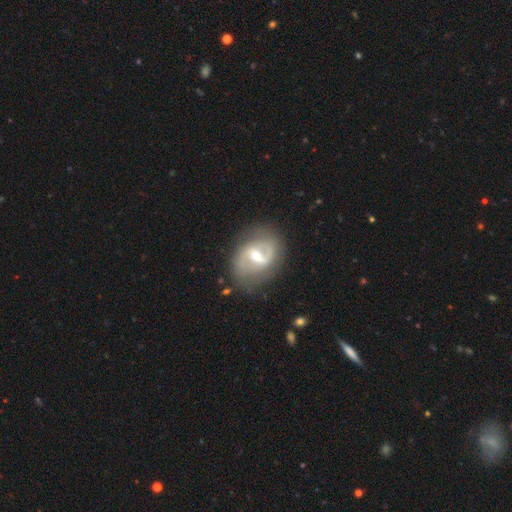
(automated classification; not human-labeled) The model was most divided on "spiral winding": medium: 45%, loose: 37%, tight: 18%. More confident: edge-on disk — no (97%); spiral arms — yes (86%); spiral arm count — 2 (81%); smooth or featured — featured or disk (81%); merging — none (73%); bulge size — moderate (56%); bar — weak (53%).